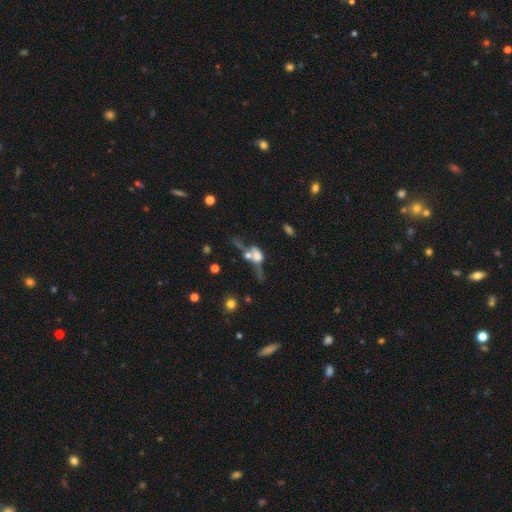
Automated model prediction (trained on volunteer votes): This is marginally a featured or disk galaxy (44%). Merging: possibly merger (49%).